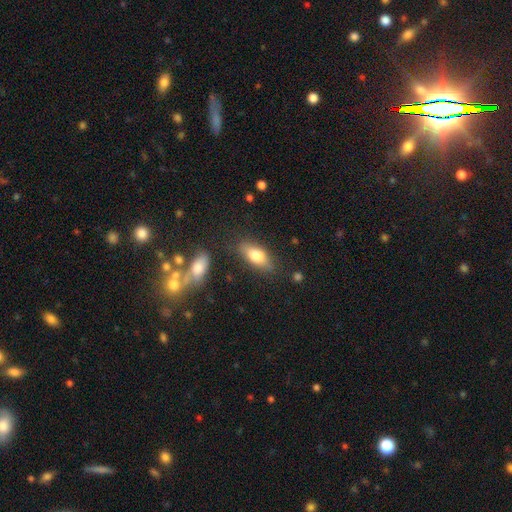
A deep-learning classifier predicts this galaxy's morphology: type=smooth (75%); roundness=in between (79%); merging=none (78%).